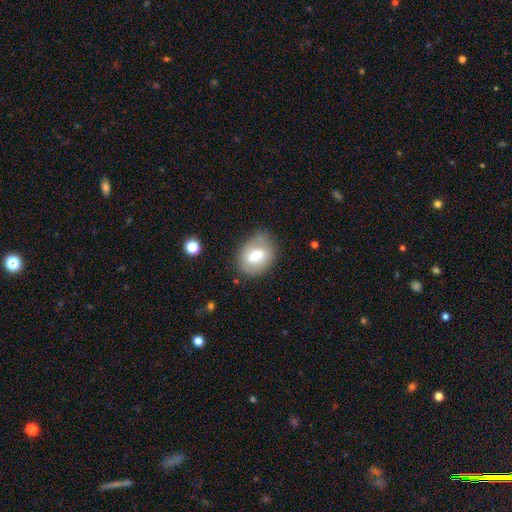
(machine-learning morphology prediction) Smooth or featured? smooth (67%)
How rounded? in between (68%)
Merging? none (70%)